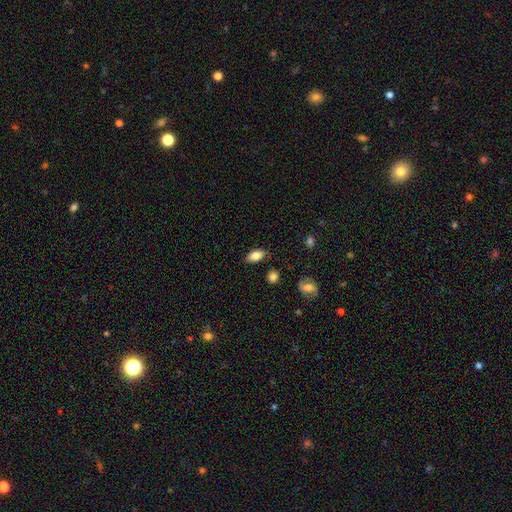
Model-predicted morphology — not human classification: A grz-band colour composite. It shows a smooth galaxy with no disk features (78%) that is in between round and cigar-shaped (87%). Merging: none (81%).